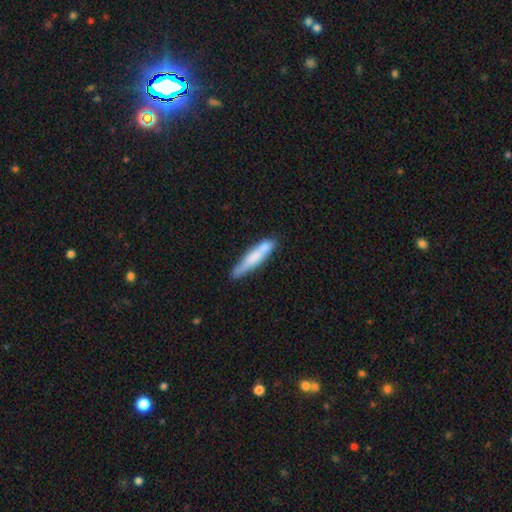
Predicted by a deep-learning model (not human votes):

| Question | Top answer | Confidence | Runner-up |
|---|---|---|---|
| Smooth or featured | smooth | 65% | featured or disk (29%) |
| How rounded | cigar-shaped | 90% | in between (9%) |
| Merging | none | 70% | minor disturbance (19%) |